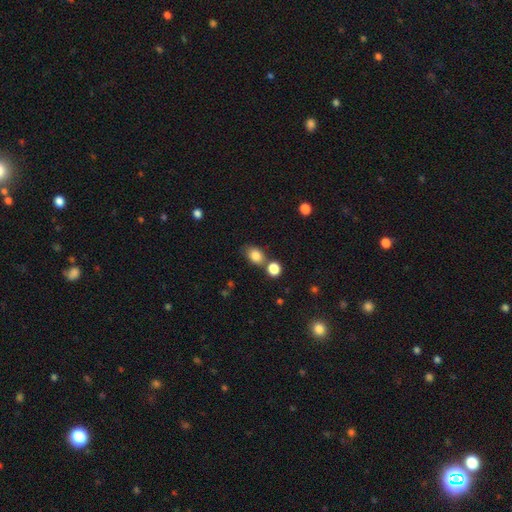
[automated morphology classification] Smooth or featured? smooth (84%)
How rounded? in between (66%)
Merging? none (60%)